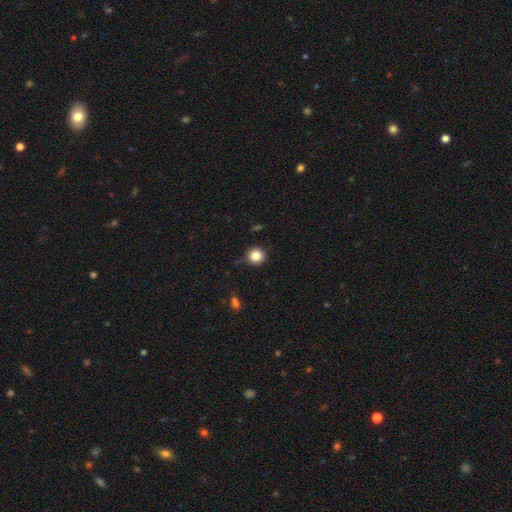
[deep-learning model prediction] Smooth or featured?
  - smooth: 85% *
  - star or artifact: 11%
  - featured or disk: 5%
How rounded?
  - round: 94% *
  - in between: 6%
  - cigar-shaped: 1%
Merging?
  - none: 88% *
  - minor disturbance: 8%
  - major disturbance: 2%
  - merger: 2%